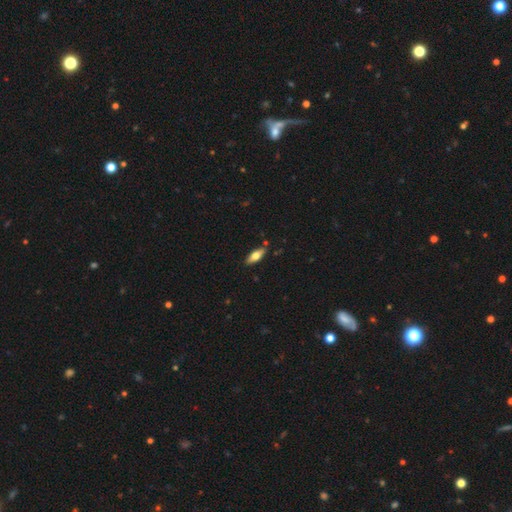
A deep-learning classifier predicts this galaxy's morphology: This appears to be a smooth galaxy with no disk features (57%) that is in between round and cigar-shaped (67%). Merging: none (85%).